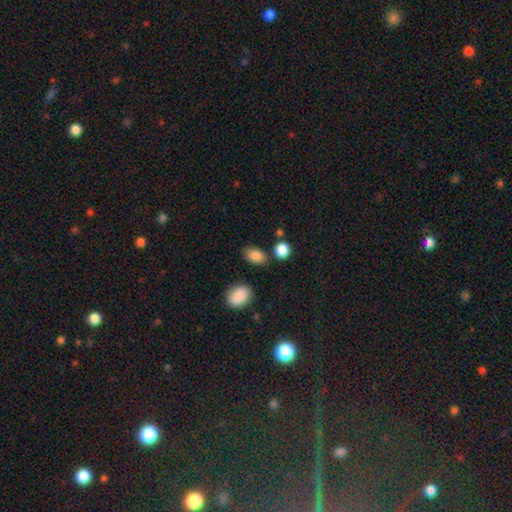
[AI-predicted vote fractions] smooth_or_featured: smooth (p=0.87) [alt: star or artifact p=0.09]
how_rounded: in between (p=0.84) [alt: round p=0.15]
merging: none (p=0.79) [alt: minor disturbance p=0.12]